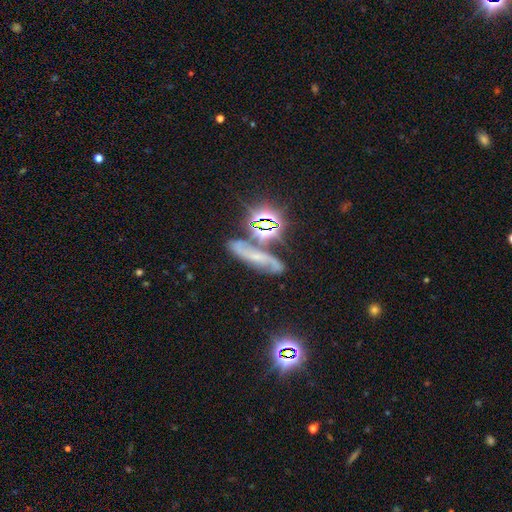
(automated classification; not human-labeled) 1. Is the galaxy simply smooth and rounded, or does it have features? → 50% featured or disk, 30% star or artifact, 20% smooth.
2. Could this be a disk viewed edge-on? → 76% no, 24% yes.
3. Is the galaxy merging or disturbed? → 61% none, 18% minor disturbance, 13% merger, 9% major disturbance.